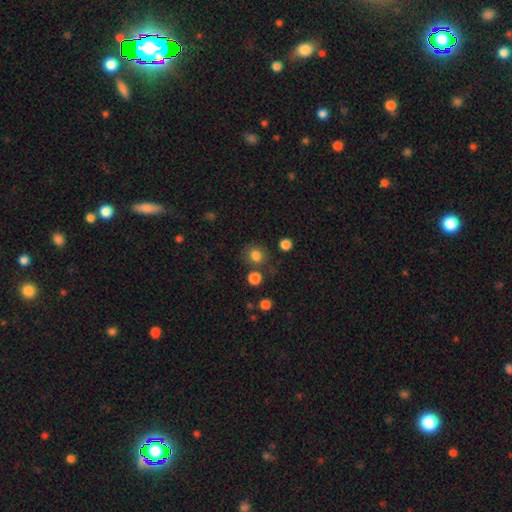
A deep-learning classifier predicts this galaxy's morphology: Smooth or featured? smooth (81%)
How rounded? round (68%)
Merging? none (71%)